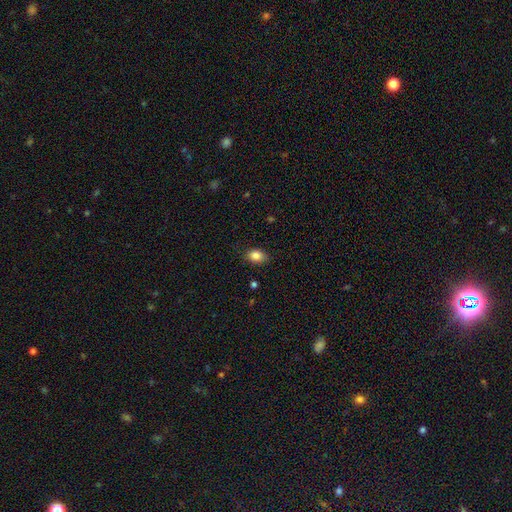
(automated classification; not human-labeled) Smooth or featured? Predicted: smooth (p=0.85). How rounded? Predicted: in between (p=0.75). Merging? Predicted: none (p=0.83).